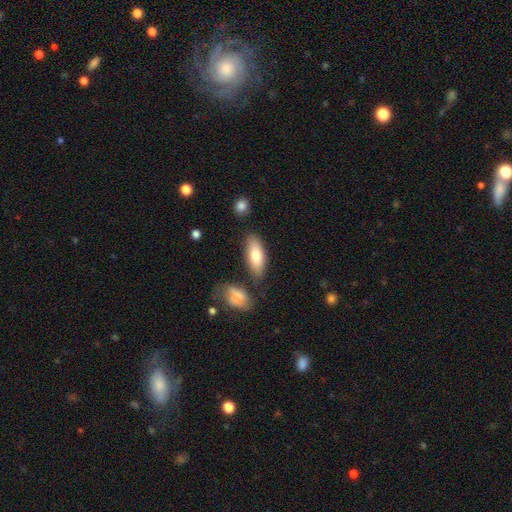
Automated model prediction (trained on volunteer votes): Smooth or featured?
  - smooth: 76% *
  - featured or disk: 18%
  - star or artifact: 6%
How rounded?
  - in between: 78% *
  - cigar-shaped: 19%
  - round: 2%
Merging?
  - none: 76% *
  - minor disturbance: 14%
  - merger: 7%
  - major disturbance: 4%